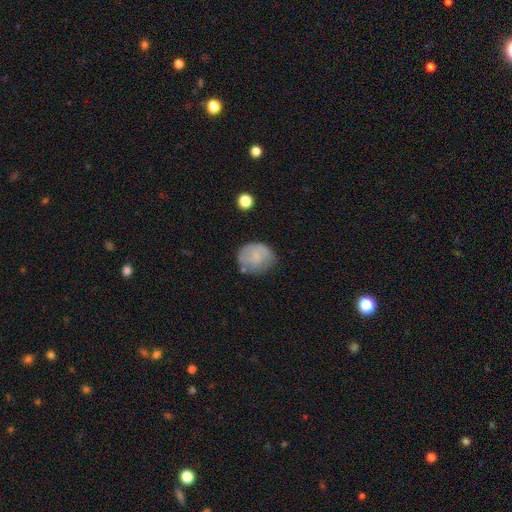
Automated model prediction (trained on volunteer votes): This appears to be a smooth galaxy with no disk features (69%) that is round (68%). Merging: none (63%).